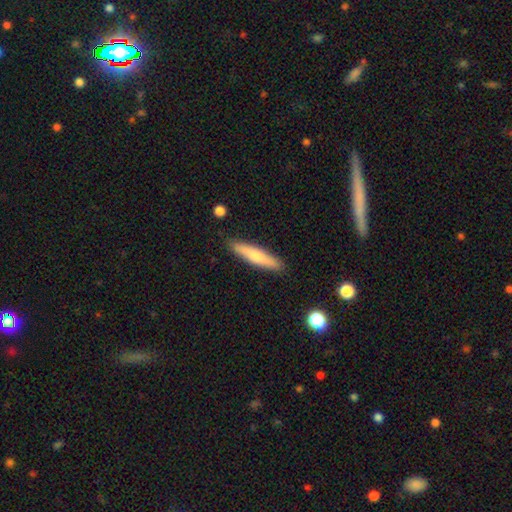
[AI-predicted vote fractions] This appears to be a smooth galaxy with no disk features (53%) that is cigar-shaped (87%). Merging: none (88%).